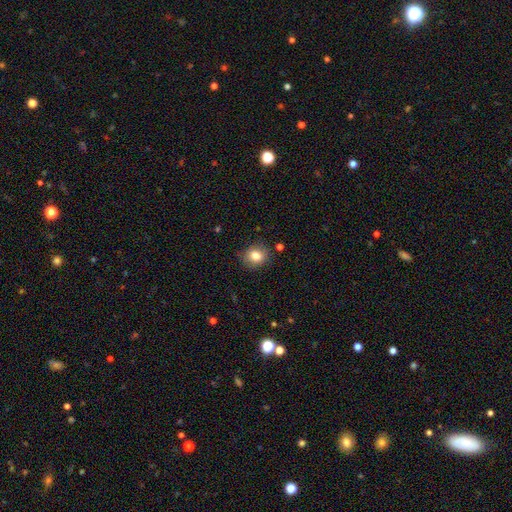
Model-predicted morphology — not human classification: Q: Smooth or featured?
A: smooth (82%); runner-up: star or artifact (10%)
Q: How rounded?
A: round (70%); runner-up: in between (29%)
Q: Merging?
A: none (85%); runner-up: minor disturbance (11%)